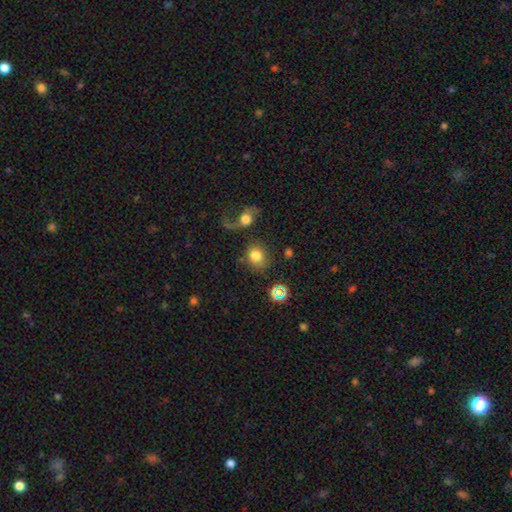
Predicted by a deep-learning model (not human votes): Smooth or featured: smooth — 77% (star or artifact — 12%)
How rounded: round — 75% (in between — 24%)
Merging: none — 64% (merger — 14%)